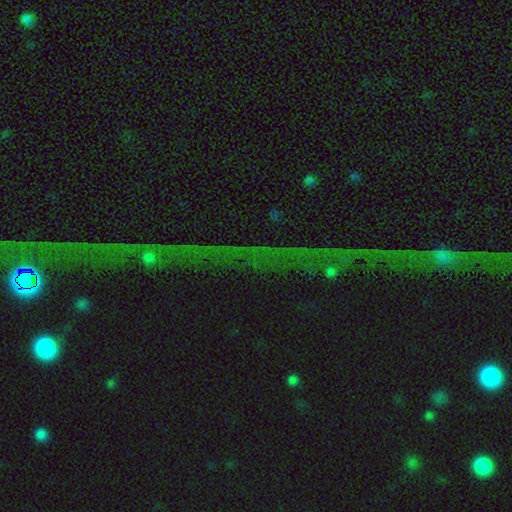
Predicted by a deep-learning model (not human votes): This is likely a star or artifact rather than a galaxy (78%).